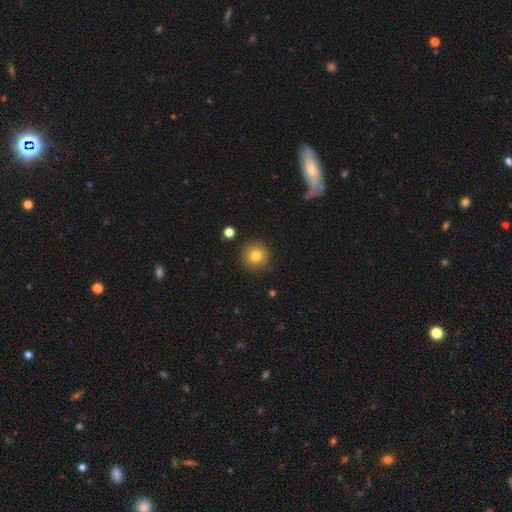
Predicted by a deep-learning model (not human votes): Smooth or featured? Predicted: smooth (p=0.80). How rounded? Predicted: round (p=0.95). Merging? Predicted: none (p=0.89).